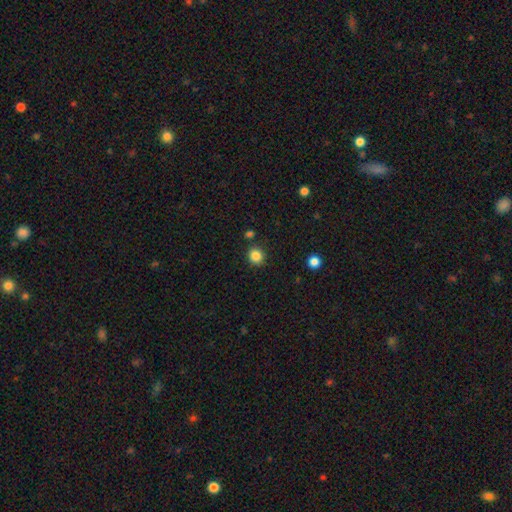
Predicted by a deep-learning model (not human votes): Smooth or featured: smooth — 85% (star or artifact — 11%)
How rounded: round — 88% (in between — 11%)
Merging: none — 87% (minor disturbance — 7%)